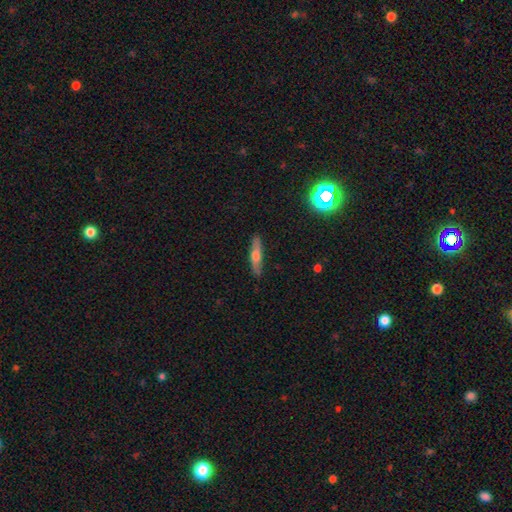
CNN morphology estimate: Smooth or featured? Predicted: smooth (p=0.50). How rounded? Predicted: cigar-shaped (p=0.82). Merging? Predicted: none (p=0.87).